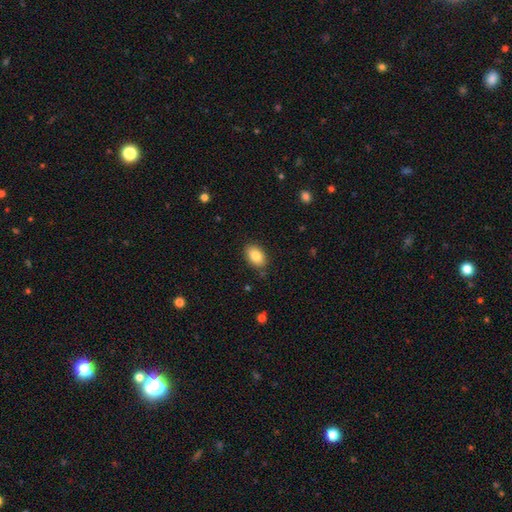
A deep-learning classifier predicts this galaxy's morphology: A smooth galaxy with no disk features (84%) that is in between round and cigar-shaped (87%). Merging: none (87%).